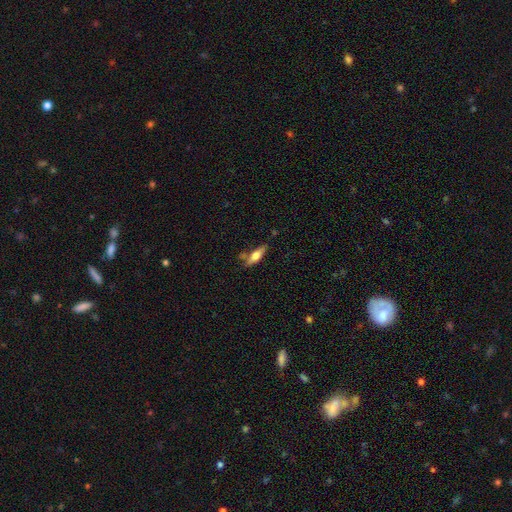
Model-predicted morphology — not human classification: Overall: smooth (49%; featured or disk 45%). Merging: none (70%).